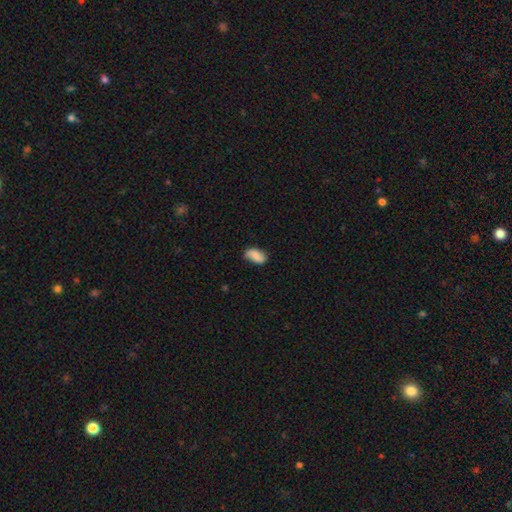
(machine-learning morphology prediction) smooth_or_featured: smooth (p=0.79) [alt: featured or disk p=0.13]
how_rounded: in between (p=0.93) [alt: round p=0.04]
merging: none (p=0.69) [alt: minor disturbance p=0.24]